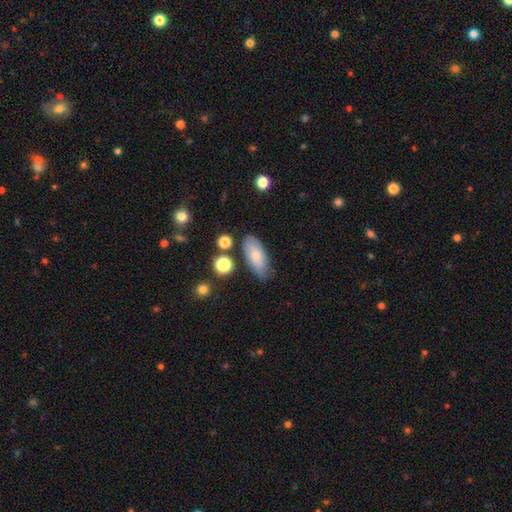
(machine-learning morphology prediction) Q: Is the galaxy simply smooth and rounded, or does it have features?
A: smooth — 70%.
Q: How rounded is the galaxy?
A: in between — 84%.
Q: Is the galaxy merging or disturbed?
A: none — 71%.